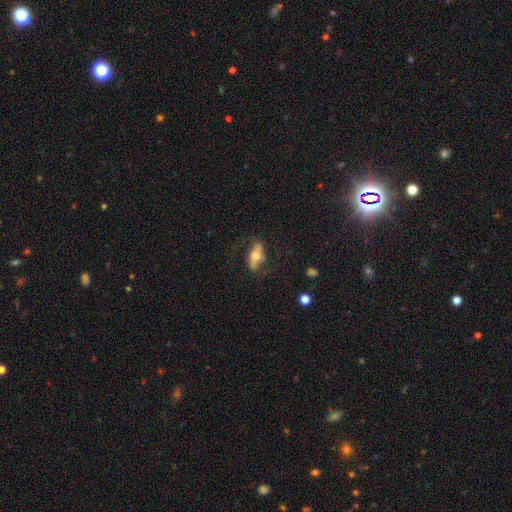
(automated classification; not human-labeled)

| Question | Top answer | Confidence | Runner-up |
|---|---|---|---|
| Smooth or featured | featured or disk | 47% | smooth (46%) |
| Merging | none | 68% | minor disturbance (18%) |